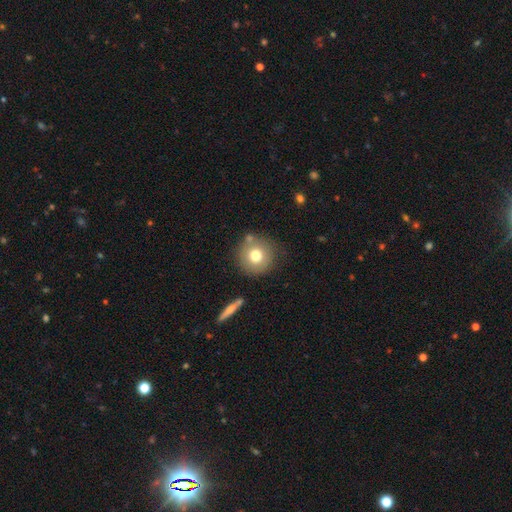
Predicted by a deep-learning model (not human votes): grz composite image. It shows a smooth galaxy with no disk features (73%) that is round (93%). Merging: none (76%).